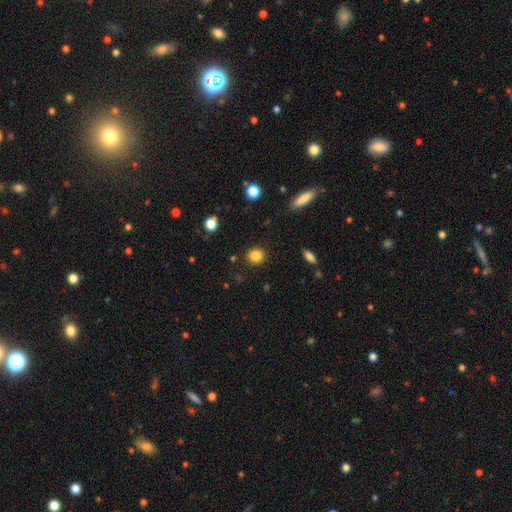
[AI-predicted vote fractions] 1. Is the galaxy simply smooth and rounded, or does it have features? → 85% smooth, 10% star or artifact, 4% featured or disk.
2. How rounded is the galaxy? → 81% round, 18% in between, 1% cigar-shaped.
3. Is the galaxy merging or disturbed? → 89% none, 7% minor disturbance, 2% major disturbance, 2% merger.